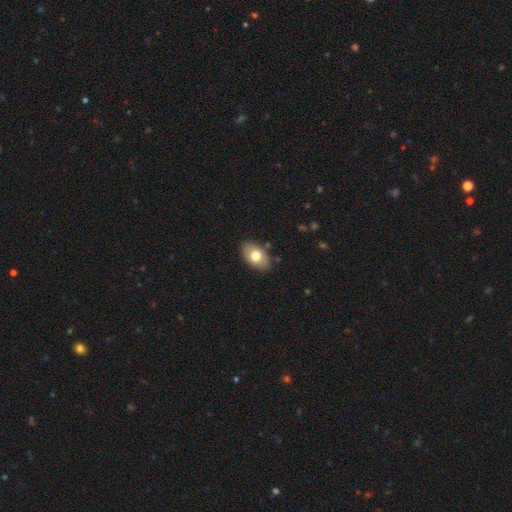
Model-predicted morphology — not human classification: Smooth or featured?
  - smooth: 74% *
  - featured or disk: 19%
  - star or artifact: 7%
How rounded?
  - in between: 89% *
  - round: 10%
  - cigar-shaped: 1%
Merging?
  - none: 85% *
  - minor disturbance: 11%
  - major disturbance: 2%
  - merger: 2%